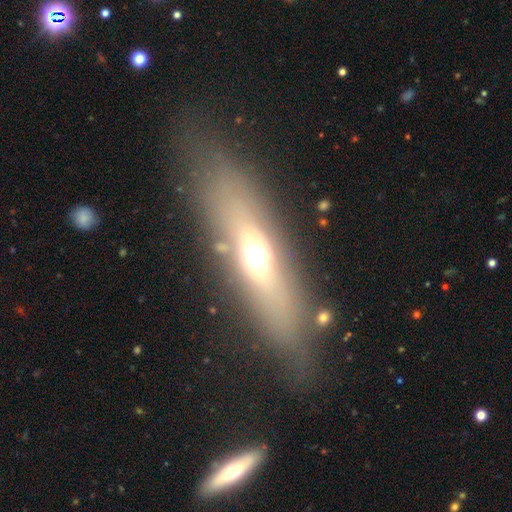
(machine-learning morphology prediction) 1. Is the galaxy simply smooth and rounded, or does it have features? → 45% featured or disk, 43% smooth, 12% star or artifact.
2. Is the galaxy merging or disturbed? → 78% none, 12% minor disturbance, 7% major disturbance, 3% merger.